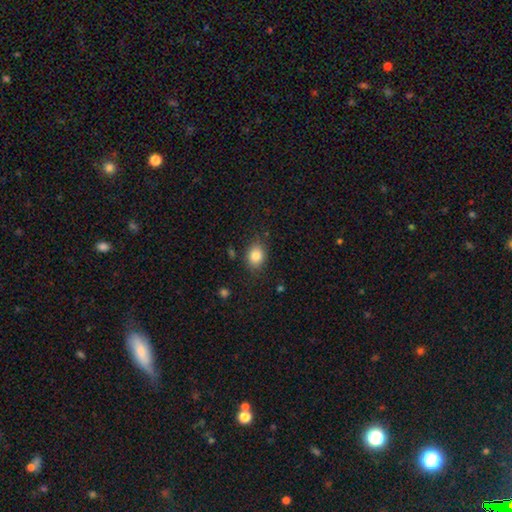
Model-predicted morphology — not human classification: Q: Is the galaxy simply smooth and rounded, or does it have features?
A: smooth — 84%.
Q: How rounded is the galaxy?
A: in between — 53%.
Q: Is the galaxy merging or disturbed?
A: none — 80%.